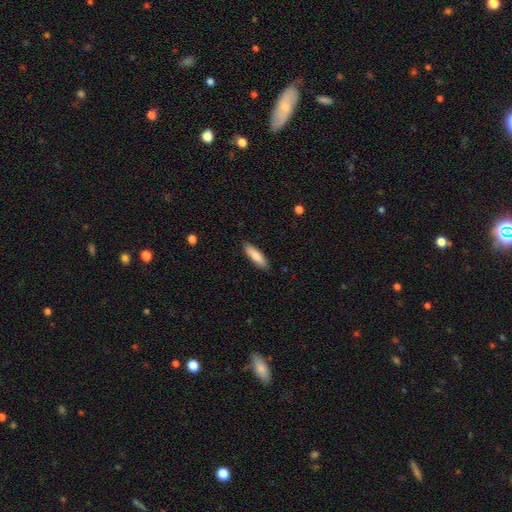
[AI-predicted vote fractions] Overall: smooth (83%). How rounded: cigar-shaped (59%; in between 39%). Merging: none (88%).